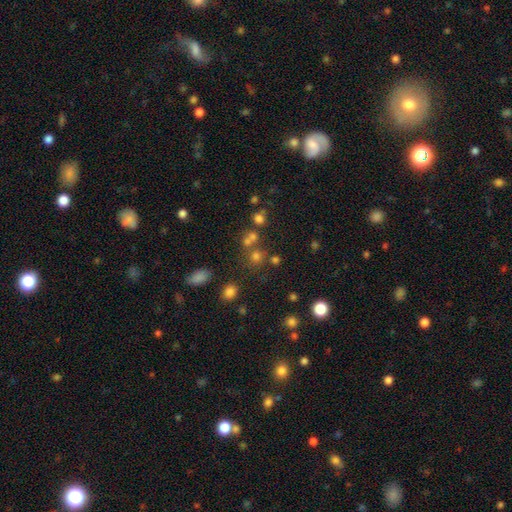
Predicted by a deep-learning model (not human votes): smooth-or-featured: smooth: 53% | star or artifact: 35% | featured or disk: 11%
  how-rounded: round: 85% | in between: 14% | cigar-shaped: 1%
  merging: none: 62% | merger: 25% | minor disturbance: 8% | major disturbance: 5%